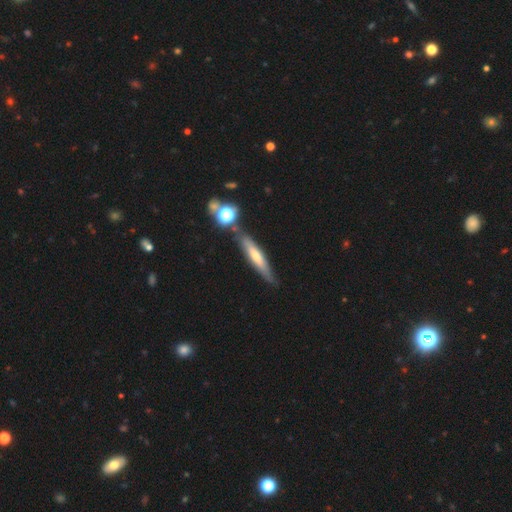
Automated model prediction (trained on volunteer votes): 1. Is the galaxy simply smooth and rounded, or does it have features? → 50% featured or disk, 41% smooth, 9% star or artifact.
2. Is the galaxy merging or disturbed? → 76% none, 13% minor disturbance, 7% merger, 4% major disturbance.